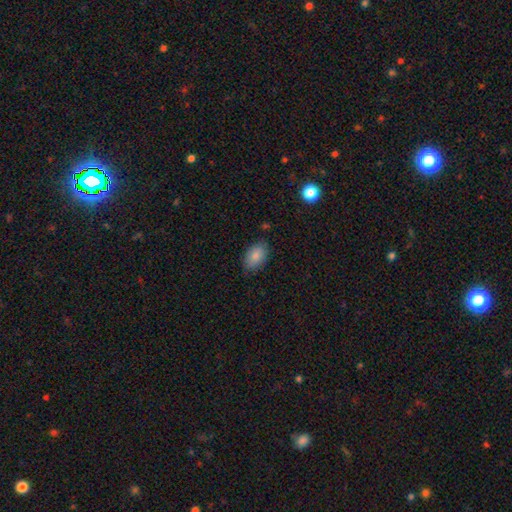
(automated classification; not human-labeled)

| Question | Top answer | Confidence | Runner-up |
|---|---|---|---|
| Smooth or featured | smooth | 86% | featured or disk (7%) |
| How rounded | in between | 93% | round (6%) |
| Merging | none | 82% | minor disturbance (14%) |